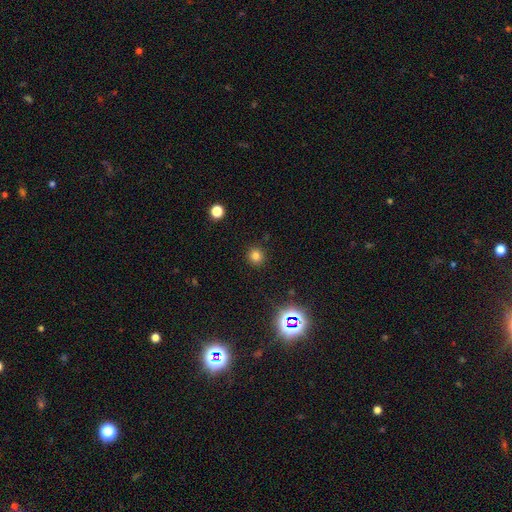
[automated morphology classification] Q: Smooth or featured?
A: smooth (77%); runner-up: star or artifact (17%)
Q: How rounded?
A: round (92%); runner-up: in between (7%)
Q: Merging?
A: none (90%); runner-up: minor disturbance (6%)